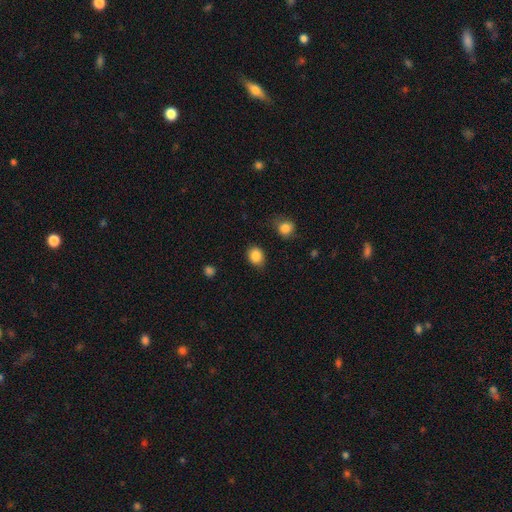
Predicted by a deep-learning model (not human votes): A smooth galaxy with no disk features (87%) that is in between round and cigar-shaped (54%). Merging: none (82%).